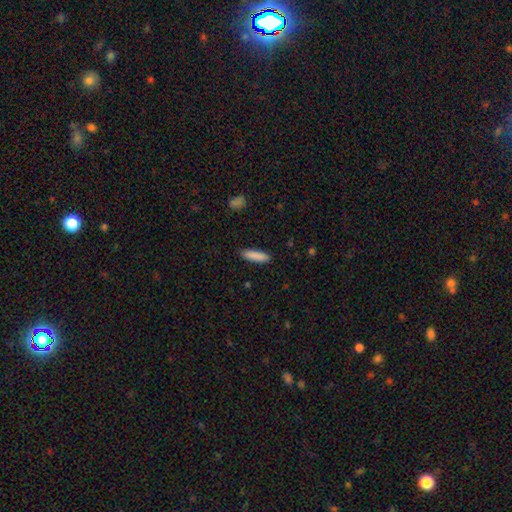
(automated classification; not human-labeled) Smooth or featured? smooth (88%)
How rounded? cigar-shaped (65%)
Merging? none (87%)